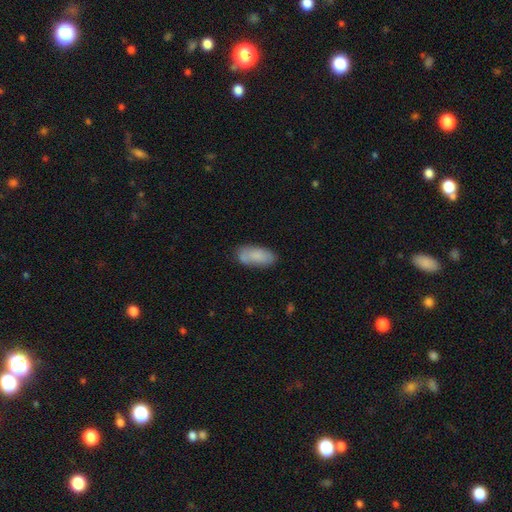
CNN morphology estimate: This appears to be a smooth galaxy with no disk features (78%) that is in between round and cigar-shaped (87%). Merging: none (68%).